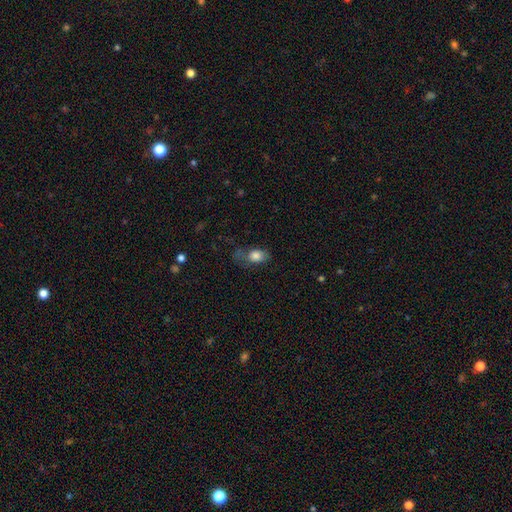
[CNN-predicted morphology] A smooth galaxy with no disk features (79%) that is in between round and cigar-shaped (80%). Merging: none (38%).